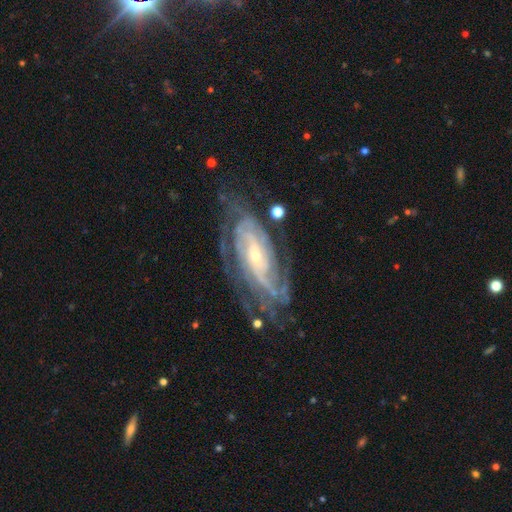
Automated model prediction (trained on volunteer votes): Smooth or featured? Predicted: featured or disk (p=0.89). Edge-on disk? Predicted: no (p=0.94). Bar? Predicted: no (p=0.52). Spiral arms? Predicted: yes (p=0.97). Spiral winding? Predicted: tight (p=0.65). Spiral arm count? Predicted: can't tell (p=0.27). Bulge size? Predicted: small (p=0.77). Merging? Predicted: none (p=0.69).